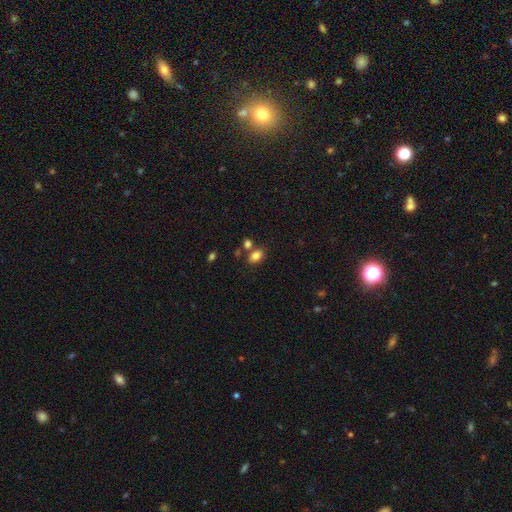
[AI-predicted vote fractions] A smooth galaxy with no disk features (83%) that is in between round and cigar-shaped (79%). Merging: none (66%).